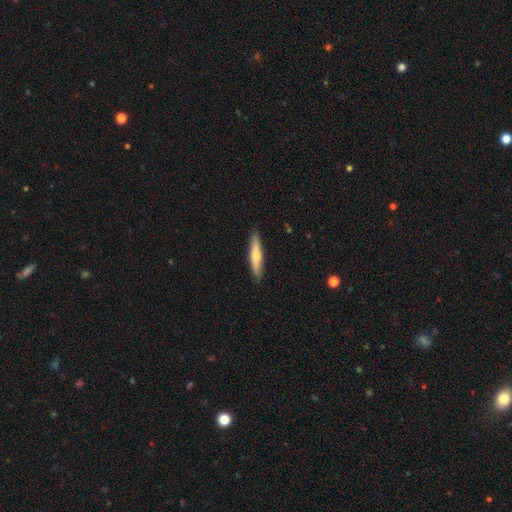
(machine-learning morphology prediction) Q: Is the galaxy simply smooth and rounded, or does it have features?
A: smooth — 60%.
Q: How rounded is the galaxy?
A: cigar-shaped — 88%.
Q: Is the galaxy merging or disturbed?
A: none — 89%.